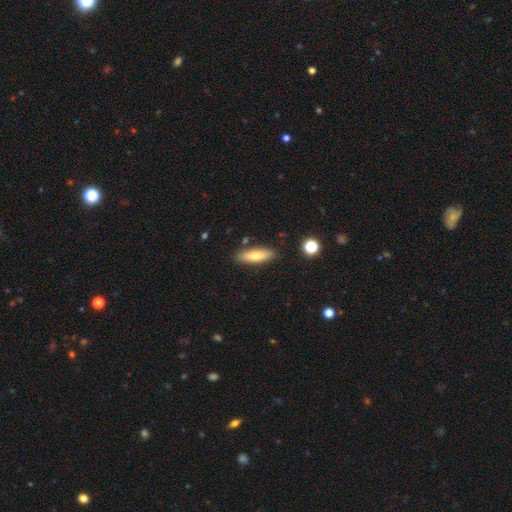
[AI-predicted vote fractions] A smooth galaxy with no disk features (73%) that is cigar-shaped (50%). Merging: none (85%).